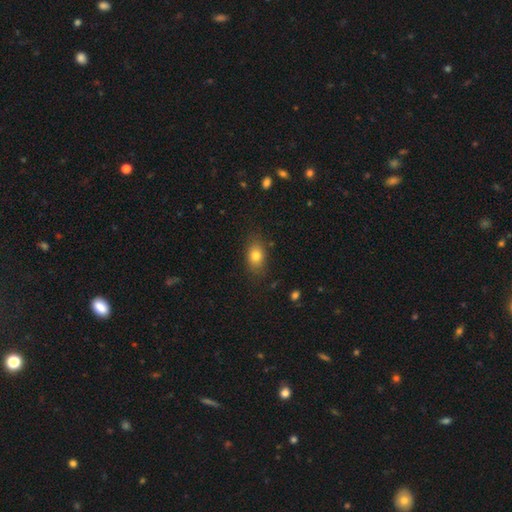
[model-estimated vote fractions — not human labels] A smooth galaxy with no disk features (80%) that is in between round and cigar-shaped (78%). Merging: none (81%).